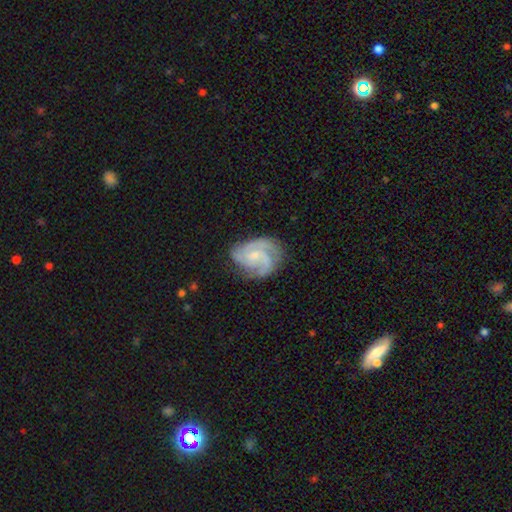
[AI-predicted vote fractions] Smooth or featured? featured or disk (88%)
Edge-on disk? no (98%)
Bar? no (65%)
Spiral arms? yes (98%)
Spiral winding? tight (48%)
Spiral arm count? 3 (60%)
Bulge size? small (65%)
Merging? none (71%)